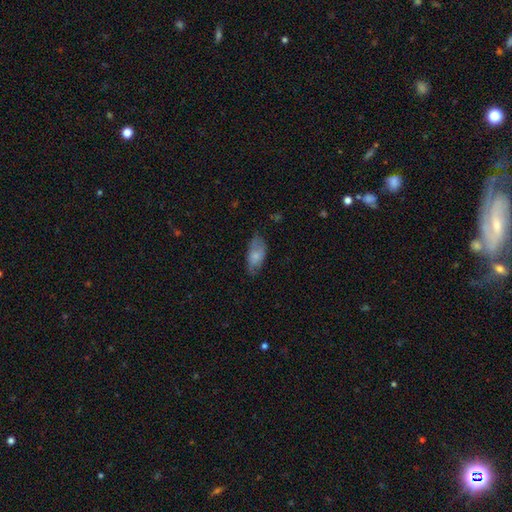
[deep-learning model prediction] The model was most divided on "merging": none: 61%, minor disturbance: 28%, major disturbance: 9%, merger: 2%. More confident: how rounded — in between (90%); smooth or featured — smooth (73%).